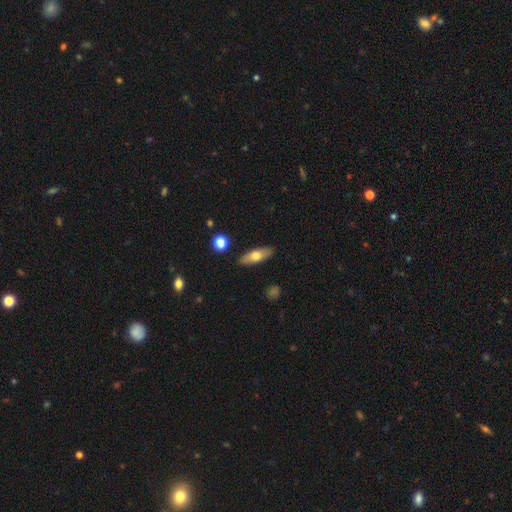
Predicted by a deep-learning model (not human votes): smooth_or_featured: smooth (p=0.62) [alt: featured or disk p=0.31]
how_rounded: in between (p=0.63) [alt: cigar-shaped p=0.34]
merging: none (p=0.88) [alt: minor disturbance p=0.09]